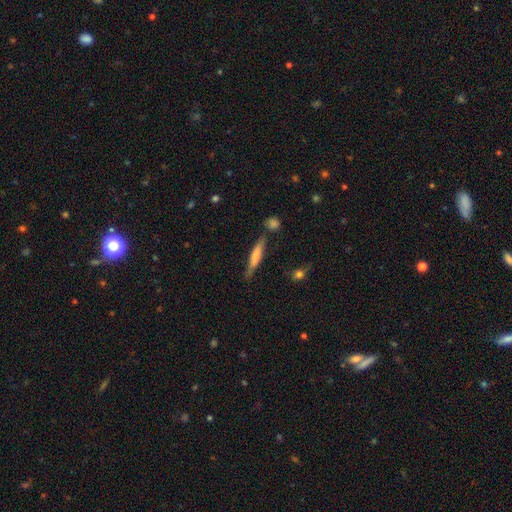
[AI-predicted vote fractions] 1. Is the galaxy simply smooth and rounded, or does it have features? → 60% smooth, 34% featured or disk, 6% star or artifact.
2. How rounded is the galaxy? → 88% cigar-shaped, 10% in between, 2% round.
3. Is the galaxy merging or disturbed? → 70% none, 19% minor disturbance, 7% merger, 4% major disturbance.